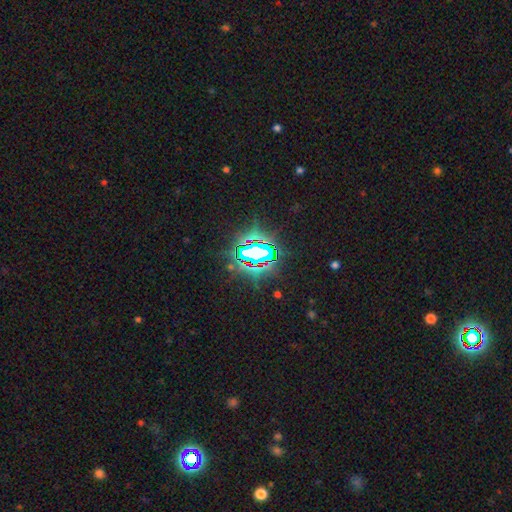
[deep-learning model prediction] Q: Smooth or featured?
A: star or artifact (77%); runner-up: smooth (12%)